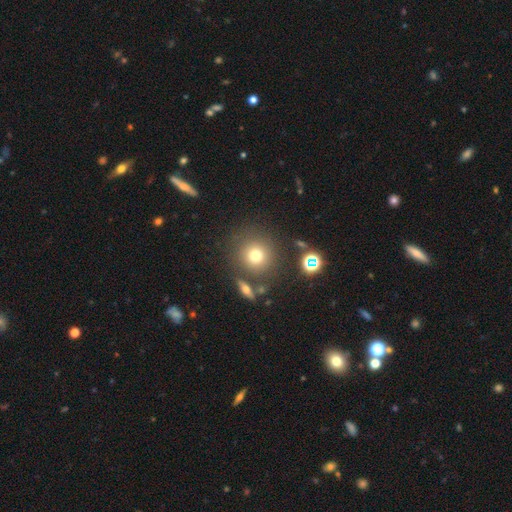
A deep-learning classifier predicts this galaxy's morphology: Q: Smooth or featured?
A: smooth (73%); runner-up: star or artifact (15%)
Q: How rounded?
A: round (92%); runner-up: in between (7%)
Q: Merging?
A: none (79%); runner-up: minor disturbance (10%)